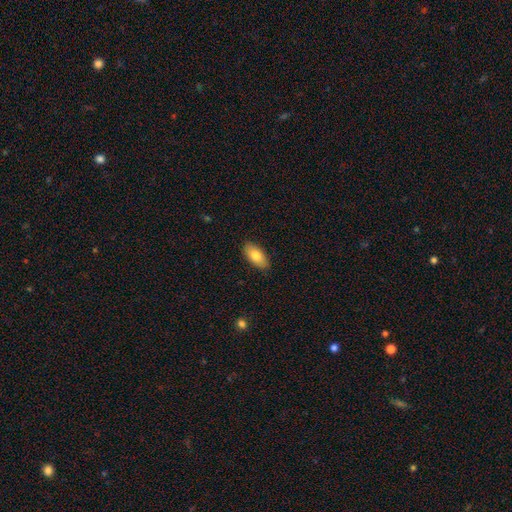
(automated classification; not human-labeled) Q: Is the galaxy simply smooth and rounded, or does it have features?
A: smooth — 79%.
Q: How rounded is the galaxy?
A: in between — 91%.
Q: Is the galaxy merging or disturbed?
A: none — 87%.